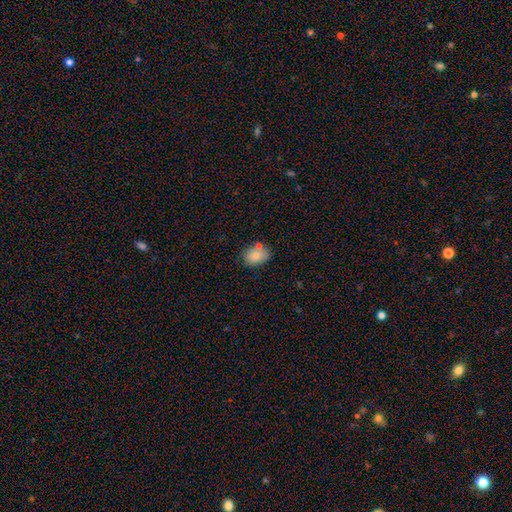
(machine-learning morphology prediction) Q: Smooth or featured?
A: smooth (81%); runner-up: featured or disk (10%)
Q: How rounded?
A: in between (68%); runner-up: round (31%)
Q: Merging?
A: none (65%); runner-up: minor disturbance (17%)